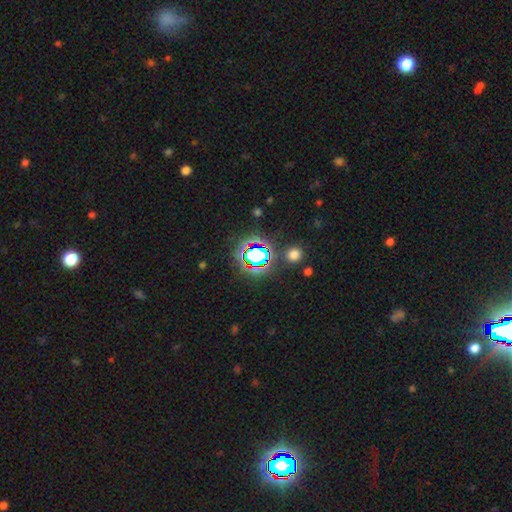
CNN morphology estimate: Smooth or featured? Predicted: star or artifact (p=0.68).